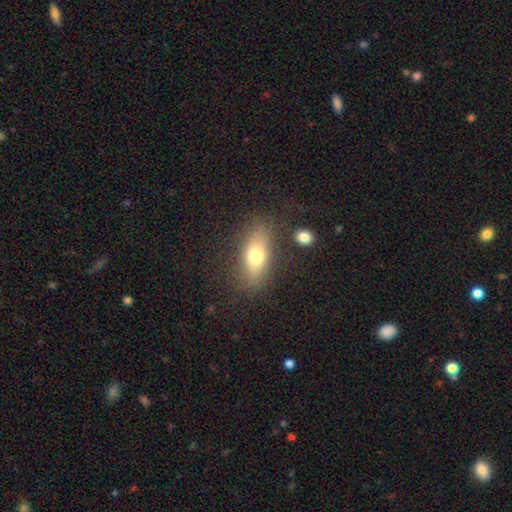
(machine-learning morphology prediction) Smooth or featured? smooth (70%)
How rounded? in between (78%)
Merging? none (78%)